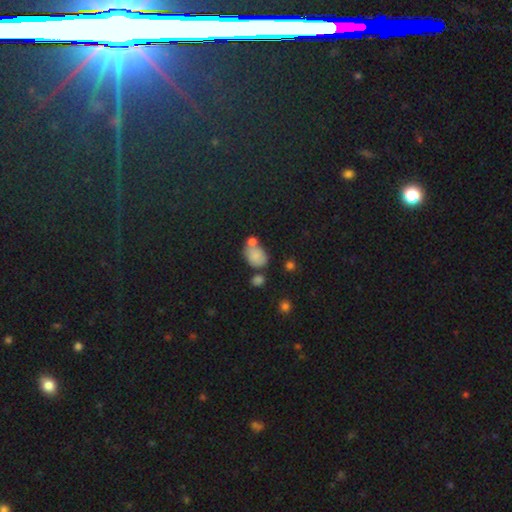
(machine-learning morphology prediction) smooth-or-featured: smooth: 75% | star or artifact: 13% | featured or disk: 12%
  how-rounded: in between: 69% | round: 30% | cigar-shaped: 1%
  merging: none: 45% | merger: 29% | minor disturbance: 19% | major disturbance: 7%